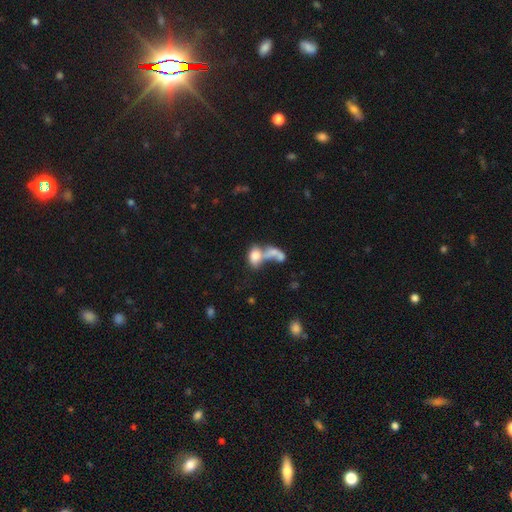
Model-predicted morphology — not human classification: This appears to be a smooth galaxy with no disk features (70%) that is in between round and cigar-shaped (82%). Merging: merger (65%).